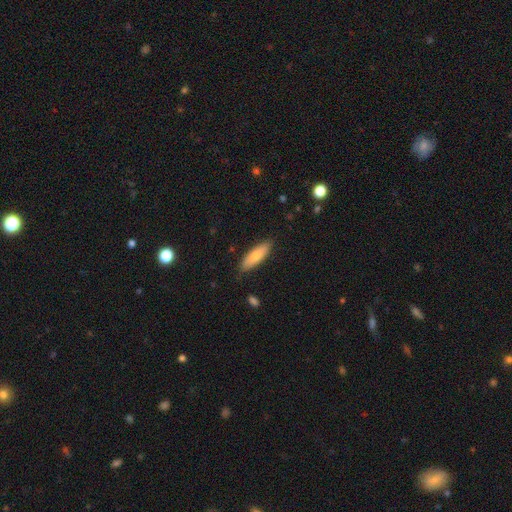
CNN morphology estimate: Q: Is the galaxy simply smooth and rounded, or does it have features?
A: smooth — 71%.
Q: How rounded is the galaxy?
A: in between — 55%.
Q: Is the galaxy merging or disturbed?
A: none — 85%.